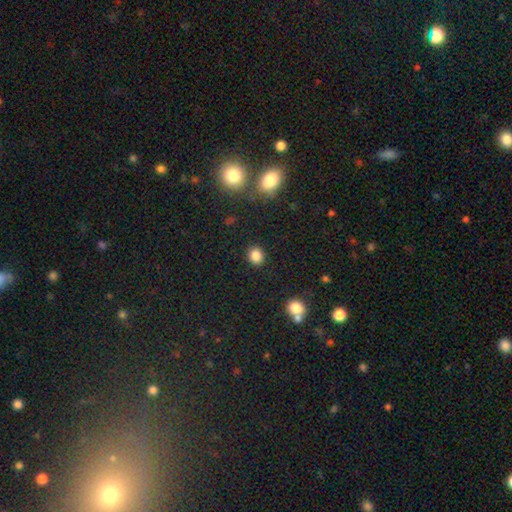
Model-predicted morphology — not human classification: A smooth galaxy with no disk features (84%) that is round (74%).

Vote fractions:
- Smooth or featured? smooth: 84% / star or artifact: 11% / featured or disk: 4%
- How rounded? round: 74% / in between: 25% / cigar-shaped: 1%
- Merging? none: 90% / minor disturbance: 6% / major disturbance: 2% / merger: 1%